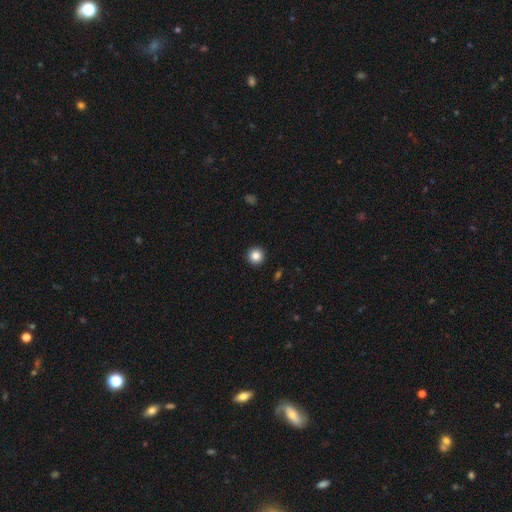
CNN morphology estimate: A smooth galaxy with no disk features (85%) that is round (96%).

Vote fractions:
- Smooth or featured? smooth: 85% / star or artifact: 10% / featured or disk: 5%
- How rounded? round: 96% / in between: 3% / cigar-shaped: 1%
- Merging? none: 93% / minor disturbance: 4% / major disturbance: 1% / merger: 1%